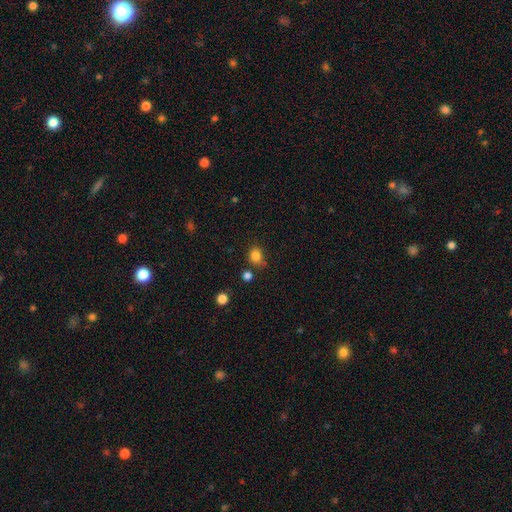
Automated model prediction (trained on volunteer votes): Smooth or featured? Predicted: smooth (p=0.83). How rounded? Predicted: round (p=0.65). Merging? Predicted: none (p=0.70).